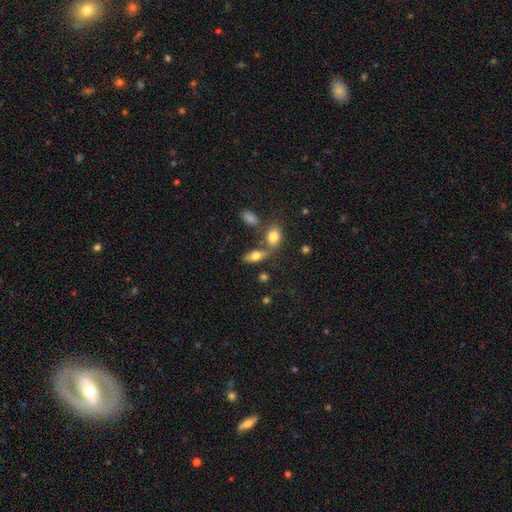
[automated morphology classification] smooth-or-featured: smooth: 70% | featured or disk: 21% | star or artifact: 9%
  how-rounded: in between: 79% | cigar-shaped: 15% | round: 6%
  merging: none: 60% | merger: 22% | minor disturbance: 13% | major disturbance: 5%